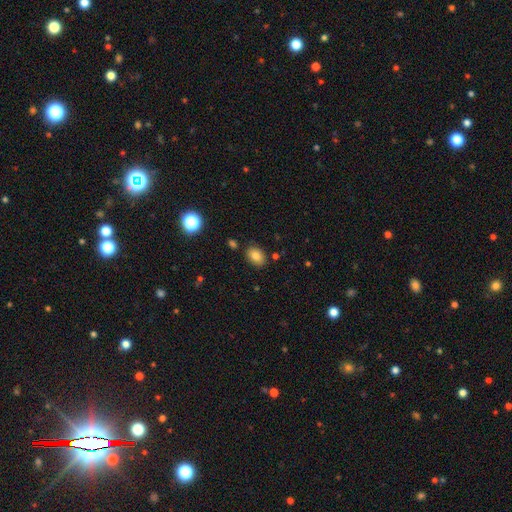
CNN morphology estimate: The model was most divided on "how rounded": in between: 77%, round: 22%, cigar-shaped: 1%. More confident: merging — none (84%); smooth or featured — smooth (82%).